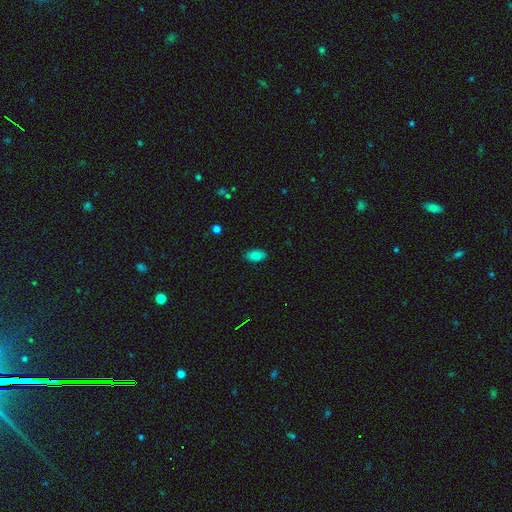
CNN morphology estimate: Smooth or featured: smooth — 85% (star or artifact — 9%)
How rounded: in between — 92% (cigar-shaped — 4%)
Merging: none — 86% (minor disturbance — 10%)